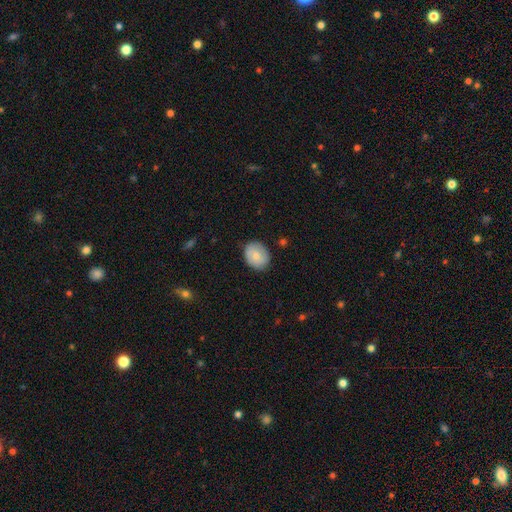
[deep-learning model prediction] smooth_or_featured: smooth (p=0.72) [alt: featured or disk p=0.21]
how_rounded: round (p=0.52) [alt: in between p=0.47]
merging: none (p=0.82) [alt: minor disturbance p=0.14]